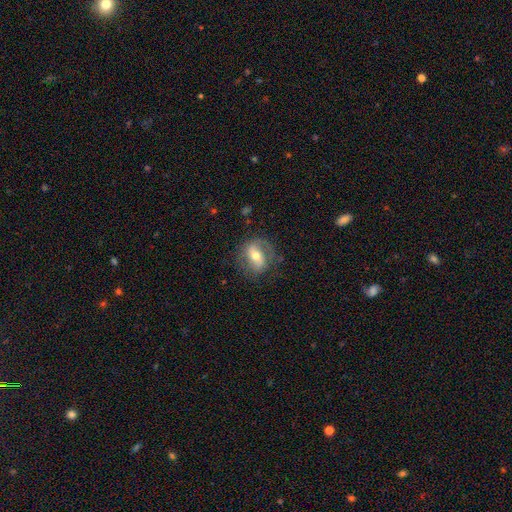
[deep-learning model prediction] This appears to be a featured or disk galaxy (65%) with a strong bar (40%), spiral arms (74%) and a moderate central bulge (70%). Merging: none (65%).